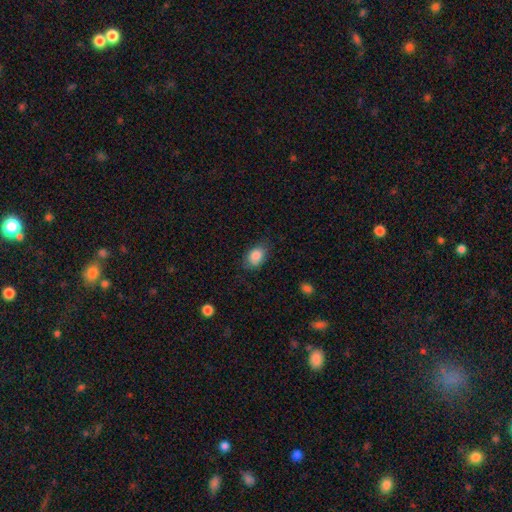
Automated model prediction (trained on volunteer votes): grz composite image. It shows a smooth galaxy with no disk features (86%) that is in between round and cigar-shaped (81%). Merging: none (76%).